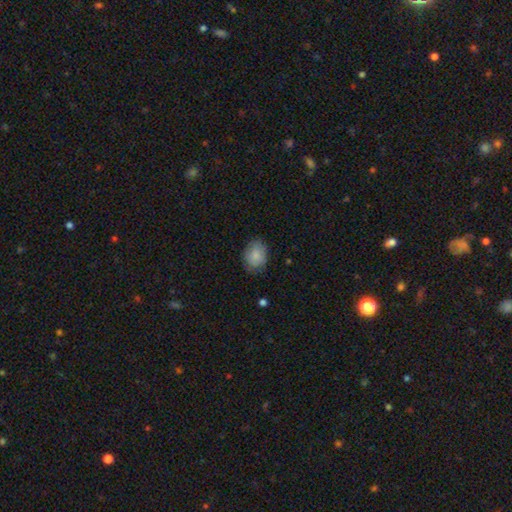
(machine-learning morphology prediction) Smooth or featured? smooth (85%)
How rounded? in between (62%)
Merging? none (75%)